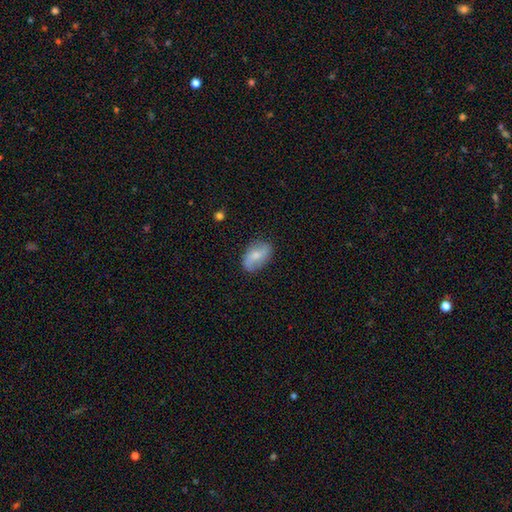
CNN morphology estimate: type=smooth (52%); roundness=in between (89%); merging=none (78%).